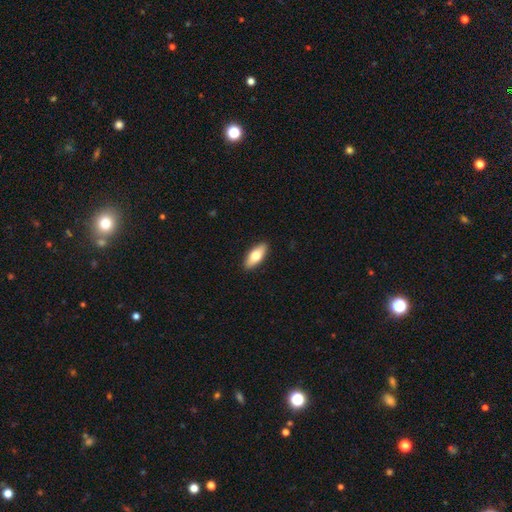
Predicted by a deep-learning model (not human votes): A smooth galaxy with no disk features (69%) that is in between round and cigar-shaped (76%).

Vote fractions:
- Smooth or featured? smooth: 69% / featured or disk: 25% / star or artifact: 6%
- How rounded? in between: 76% / cigar-shaped: 21% / round: 3%
- Merging? none: 91% / minor disturbance: 7% / major disturbance: 2% / merger: 1%